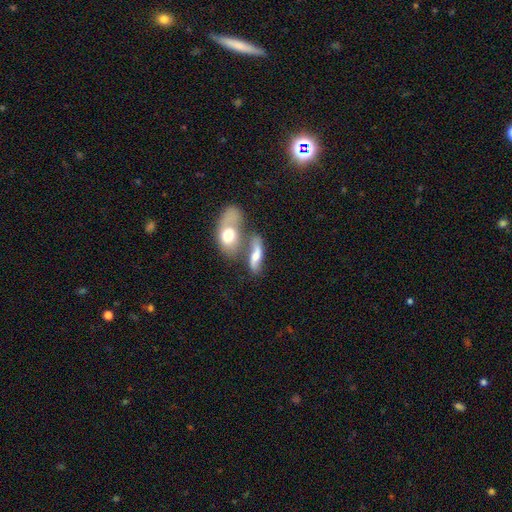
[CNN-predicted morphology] smooth-or-featured: smooth: 46% | featured or disk: 45% | star or artifact: 8%
  merging: merger: 48% | none: 30% | minor disturbance: 12% | major disturbance: 10%